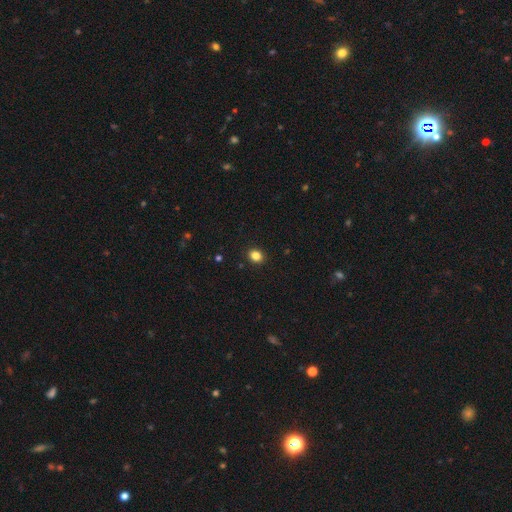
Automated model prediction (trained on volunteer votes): A smooth galaxy with no disk features (84%) that is round (59%). Merging: none (91%).